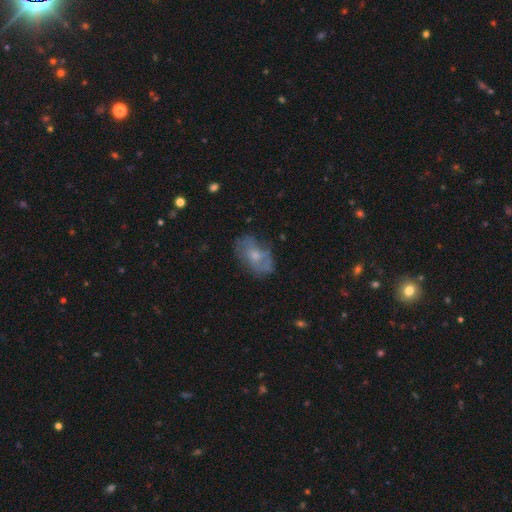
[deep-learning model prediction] This appears to be a featured or disk galaxy (51%). Merging: none (61%).